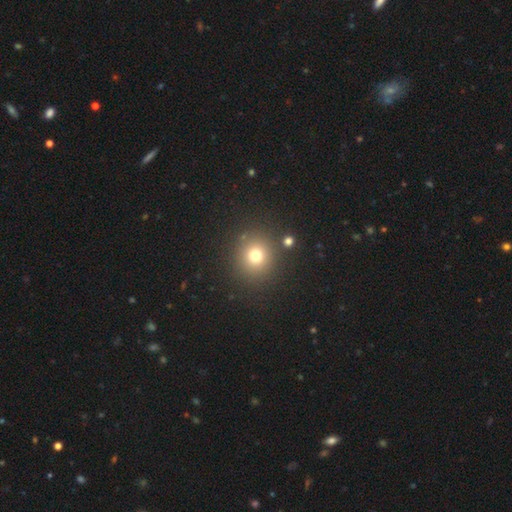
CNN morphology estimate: Smooth or featured? smooth (75%)
How rounded? round (89%)
Merging? none (86%)